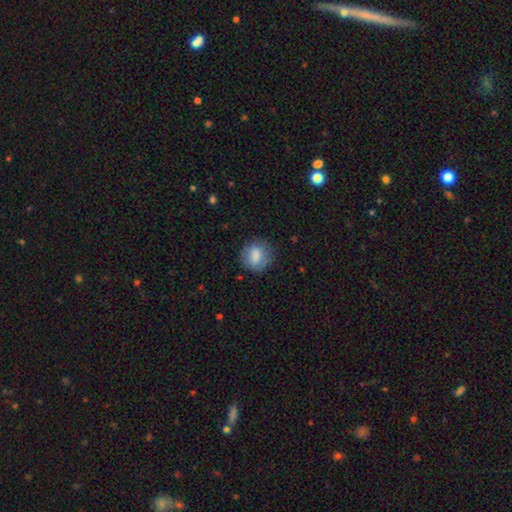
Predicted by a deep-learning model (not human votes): Smooth or featured? smooth (80%)
How rounded? round (78%)
Merging? none (80%)